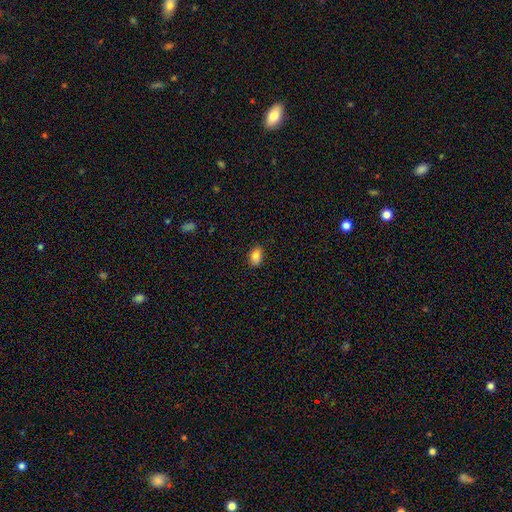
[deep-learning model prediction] Morphology: type=smooth (84%); roundness=in between (84%); merging=none (84%).